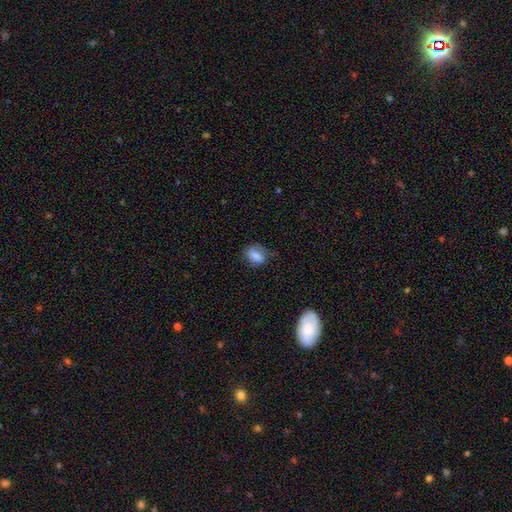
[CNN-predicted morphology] Overall: smooth (84%). How rounded: in between (76%). Merging: none (63%; minor disturbance 27%).